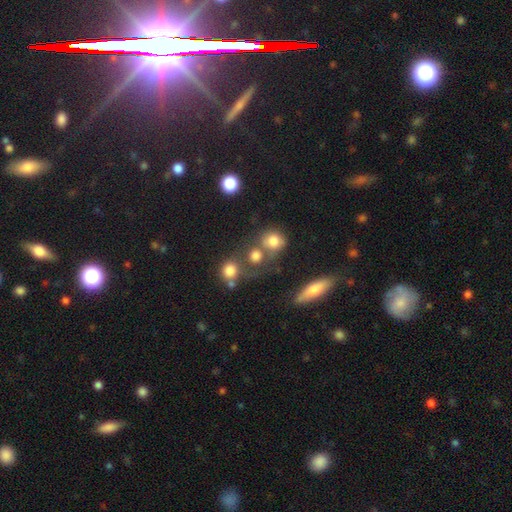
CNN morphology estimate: Q: Smooth or featured?
A: smooth (73%); runner-up: star or artifact (14%)
Q: How rounded?
A: round (79%); runner-up: in between (19%)
Q: Merging?
A: none (44%); runner-up: merger (36%)